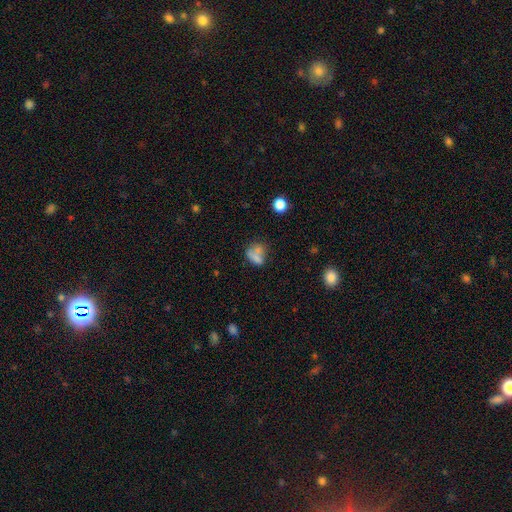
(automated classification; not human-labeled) Q: Smooth or featured?
A: smooth (66%); runner-up: featured or disk (21%)
Q: How rounded?
A: in between (59%); runner-up: round (37%)
Q: Merging?
A: none (33%); tied with: merger (33%)